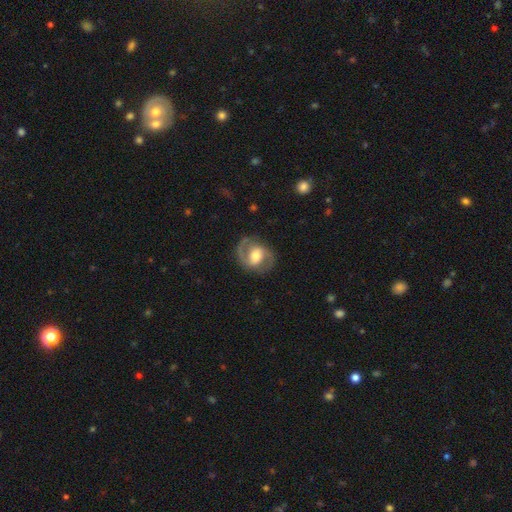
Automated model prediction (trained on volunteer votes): Overall: featured or disk (75%). Edge-on disk: no (97%). Bar: weak (42%; no 35%). Spiral arms: yes (86%). Spiral arm count: 2 (88%). Spiral winding: medium (54%; tight 24%). Bulge size: moderate (62%). Merging: none (79%).